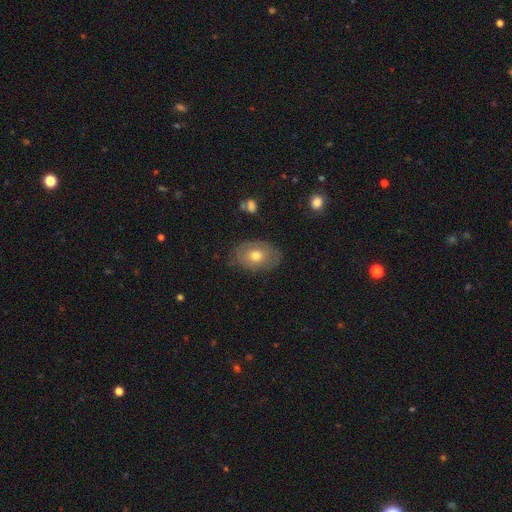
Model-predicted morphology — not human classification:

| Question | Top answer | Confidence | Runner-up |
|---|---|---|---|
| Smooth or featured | smooth | 59% | featured or disk (33%) |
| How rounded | in between | 78% | round (21%) |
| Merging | none | 74% | minor disturbance (19%) |